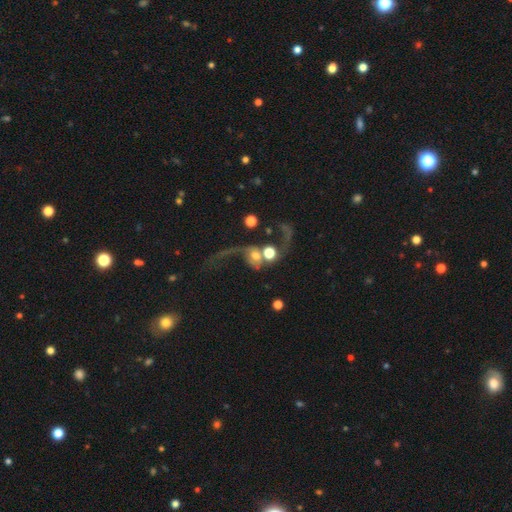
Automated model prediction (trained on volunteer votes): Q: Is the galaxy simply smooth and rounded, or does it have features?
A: featured or disk — 58%.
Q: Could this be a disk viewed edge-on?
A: no — 96%.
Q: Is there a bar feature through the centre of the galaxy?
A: no — 69%.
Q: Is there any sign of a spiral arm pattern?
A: yes — 78%.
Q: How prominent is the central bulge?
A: moderate — 44%.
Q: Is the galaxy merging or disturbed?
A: merger — 48%.